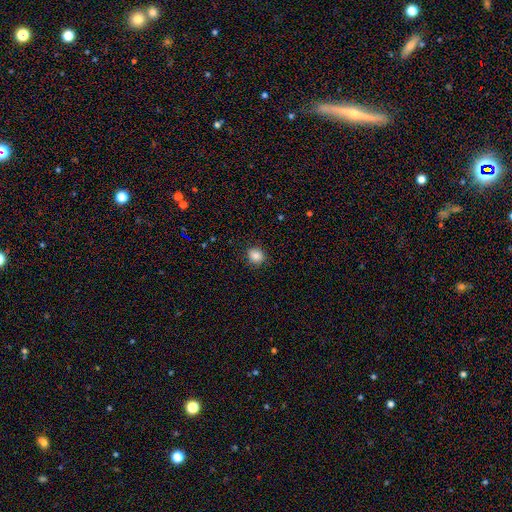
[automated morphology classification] type=smooth (84%); roundness=round (83%); merging=none (88%).